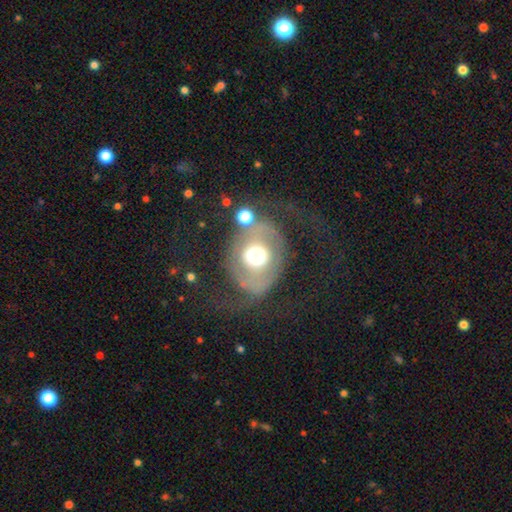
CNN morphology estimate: Smooth or featured? Predicted: featured or disk (p=0.56). Edge-on disk? Predicted: no (p=0.95). Bar? Predicted: no (p=0.76). Spiral arms? Predicted: no (p=0.53). Bulge size? Predicted: large (p=0.43). Merging? Predicted: none (p=0.45).